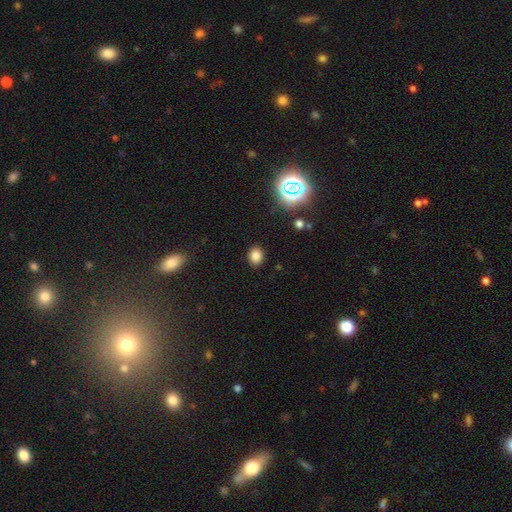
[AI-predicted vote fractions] Overall: smooth (80%). How rounded: round (57%; in between 42%). Merging: none (89%).